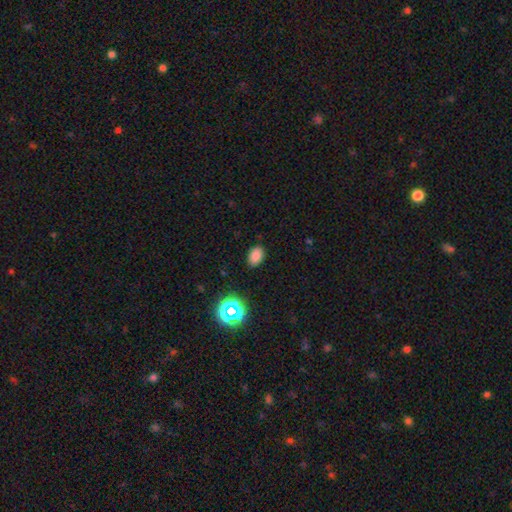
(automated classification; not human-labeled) A smooth galaxy with no disk features (80%) that is in between round and cigar-shaped (84%).

Vote fractions:
- Smooth or featured? smooth: 80% / star or artifact: 14% / featured or disk: 5%
- How rounded? in between: 84% / round: 15% / cigar-shaped: 1%
- Merging? none: 87% / minor disturbance: 10% / major disturbance: 3% / merger: 1%